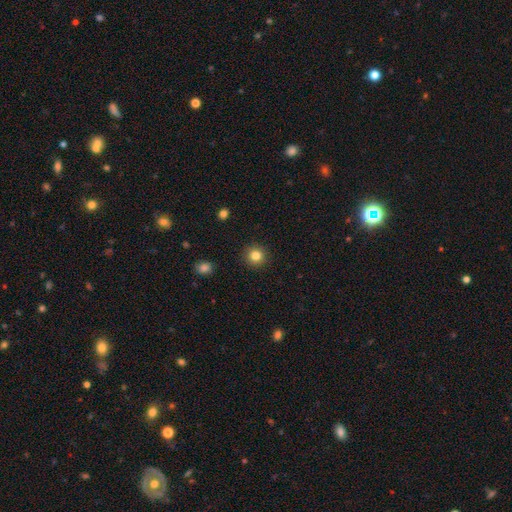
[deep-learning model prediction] A smooth galaxy with no disk features (83%) that is round (94%). Merging: none (92%).